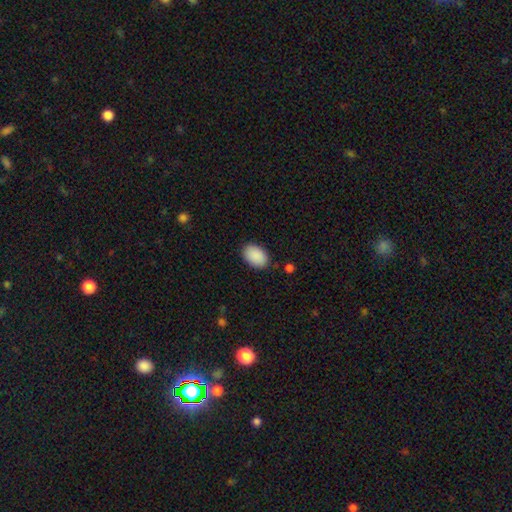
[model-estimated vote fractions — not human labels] This is clearly a smooth galaxy (91%). How rounded: clearly in between (88%). Merging: clearly none (88%).